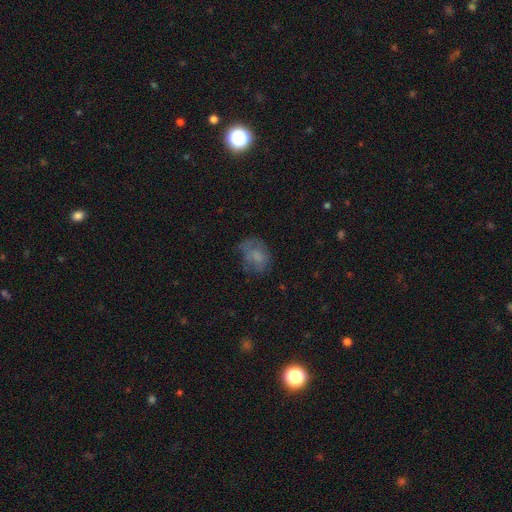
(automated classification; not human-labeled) Smooth or featured?
  - smooth: 62% *
  - featured or disk: 25%
  - star or artifact: 13%
How rounded?
  - in between: 61% *
  - round: 38%
  - cigar-shaped: 1%
Merging?
  - none: 50% *
  - minor disturbance: 26%
  - major disturbance: 21%
  - merger: 3%